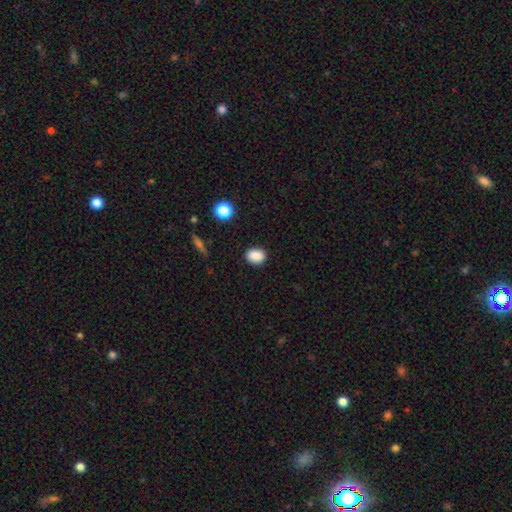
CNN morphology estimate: smooth_or_featured: smooth (p=0.87) [alt: star or artifact p=0.09]
how_rounded: in between (p=0.57) [alt: round p=0.42]
merging: none (p=0.87) [alt: minor disturbance p=0.09]